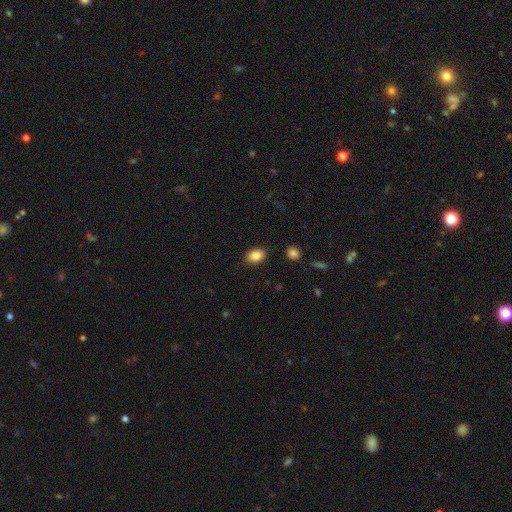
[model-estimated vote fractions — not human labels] Morphology: type=smooth (86%); roundness=in between (83%); merging=none (86%).